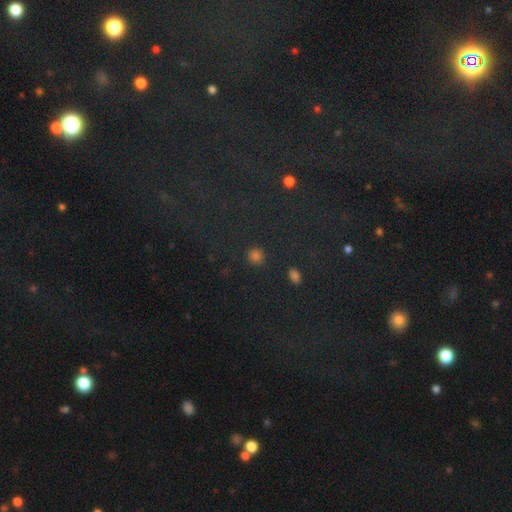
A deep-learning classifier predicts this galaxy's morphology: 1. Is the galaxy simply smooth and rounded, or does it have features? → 76% smooth, 20% star or artifact, 4% featured or disk.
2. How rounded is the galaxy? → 85% round, 13% in between, 1% cigar-shaped.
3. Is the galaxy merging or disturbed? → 89% none, 7% minor disturbance, 2% major disturbance, 2% merger.